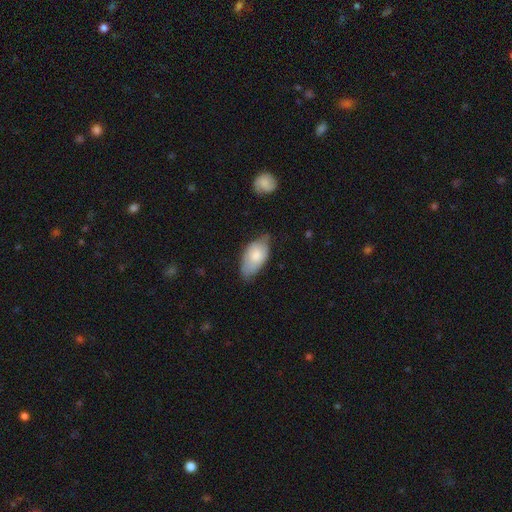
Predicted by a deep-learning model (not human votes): smooth_or_featured: smooth (p=0.73) [alt: featured or disk p=0.22]
how_rounded: in between (p=0.94) [alt: round p=0.03]
merging: none (p=0.45) [alt: minor disturbance p=0.44]